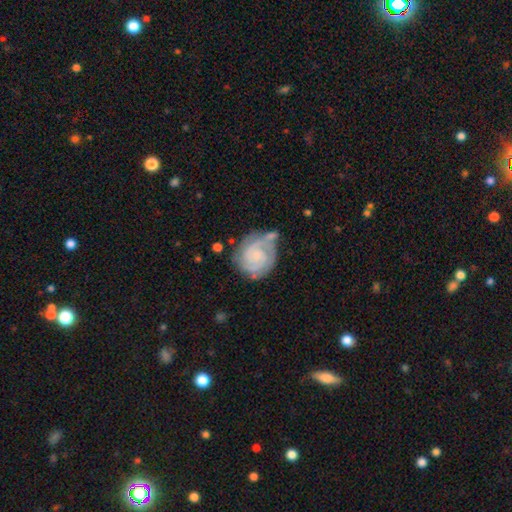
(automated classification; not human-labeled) smooth-or-featured: featured or disk: 84% | smooth: 11% | star or artifact: 5%
  disk-edge-on: no: 98% | yes: 2%
    bar: no: 67% | weak: 28% | strong: 5%
    has-spiral-arms: yes: 97% | no: 3%
      spiral-winding: tight: 71% | medium: 25% | loose: 5%
      spiral-arm-count: 2: 57% | 3: 18% | can't tell: 13% | 4: 4% | 1: 4% | more than 4: 3%
    bulge-size: small: 72% | moderate: 13% | none: 12% | large: 1% | dominant: 1%
  merging: none: 61% | minor disturbance: 22% | major disturbance: 9% | merger: 9%